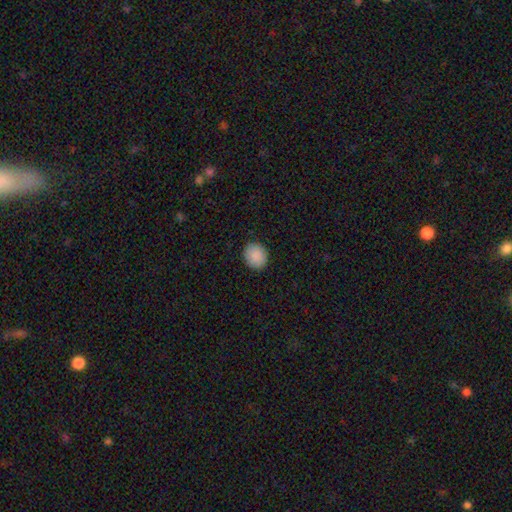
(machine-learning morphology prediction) Smooth or featured: smooth — 90% (star or artifact — 7%)
How rounded: round — 72% (in between — 27%)
Merging: none — 90% (minor disturbance — 7%)